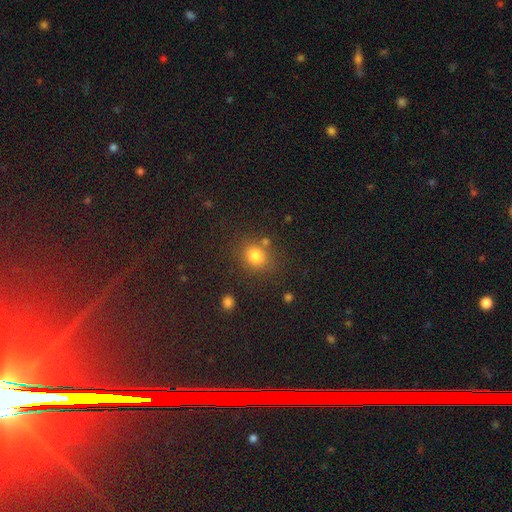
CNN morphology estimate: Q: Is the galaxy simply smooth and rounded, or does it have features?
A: smooth — 80%.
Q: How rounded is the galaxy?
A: round — 68%.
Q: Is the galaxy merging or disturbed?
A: none — 75%.